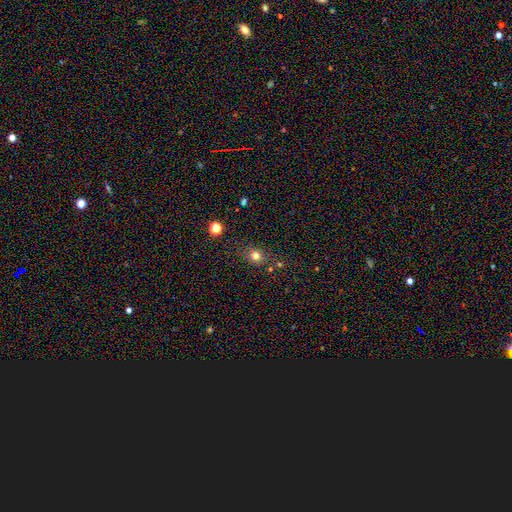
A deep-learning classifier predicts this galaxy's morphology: Smooth or featured: smooth — 76% (star or artifact — 17%)
How rounded: round — 73% (in between — 26%)
Merging: none — 79% (minor disturbance — 12%)